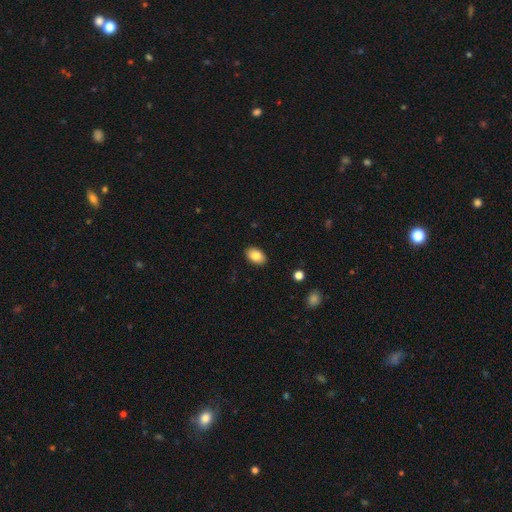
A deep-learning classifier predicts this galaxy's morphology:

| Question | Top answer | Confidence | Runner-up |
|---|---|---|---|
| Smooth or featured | smooth | 85% | featured or disk (8%) |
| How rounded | in between | 90% | round (9%) |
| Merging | none | 89% | minor disturbance (8%) |